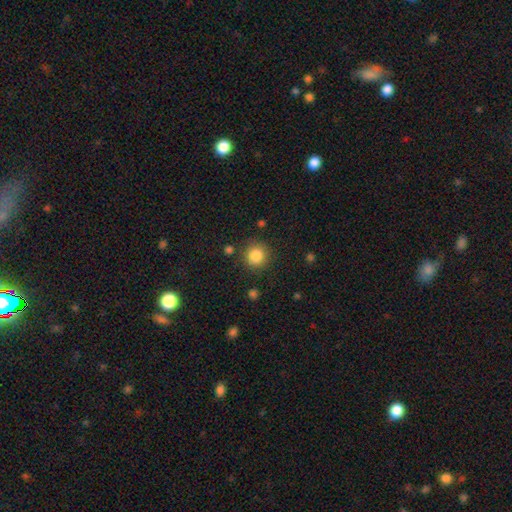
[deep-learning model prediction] This appears to be a smooth galaxy with no disk features (85%) that is round (93%). Merging: none (86%).